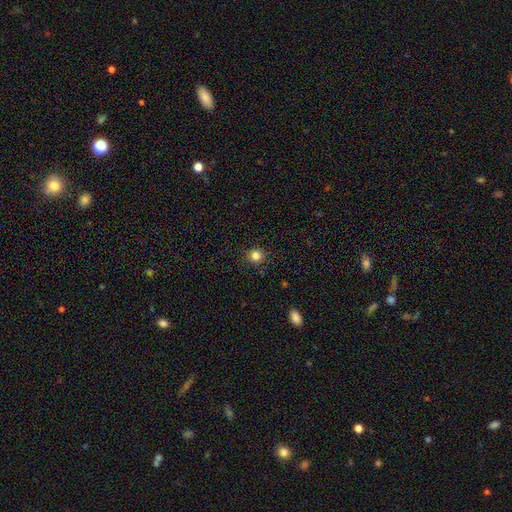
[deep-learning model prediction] Smooth or featured? Predicted: smooth (p=0.83). How rounded? Predicted: round (p=0.88). Merging? Predicted: none (p=0.89).